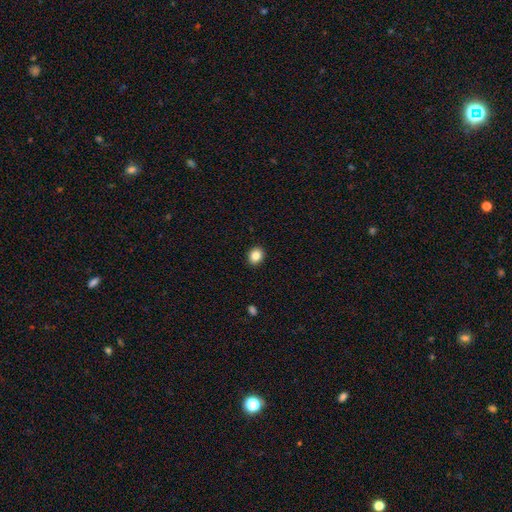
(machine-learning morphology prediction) Overall: smooth (85%). How rounded: round (59%; in between 40%). Merging: none (91%).